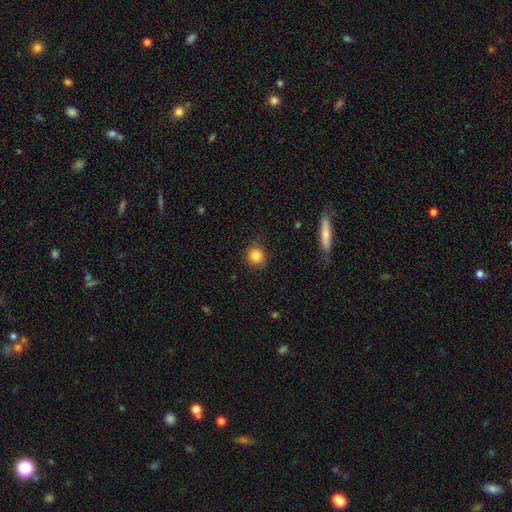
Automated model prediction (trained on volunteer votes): smooth 84%, star or artifact 10%, featured or disk 6%. Down the decision tree: how rounded — round (90%); merging — none (89%).